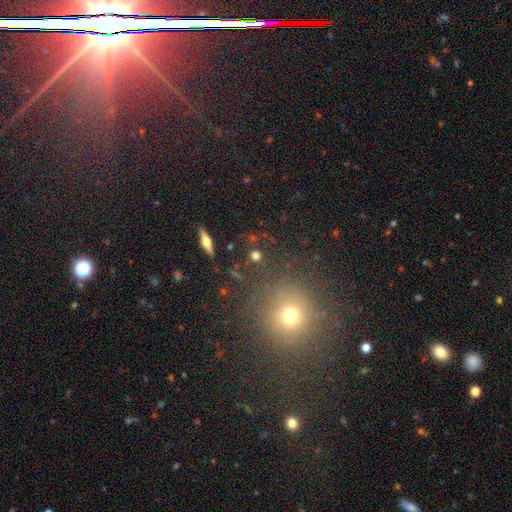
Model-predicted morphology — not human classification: smooth_or_featured: smooth (p=0.69) [alt: star or artifact p=0.19]
how_rounded: round (p=0.86) [alt: in between p=0.10]
merging: none (p=0.85) [alt: minor disturbance p=0.07]